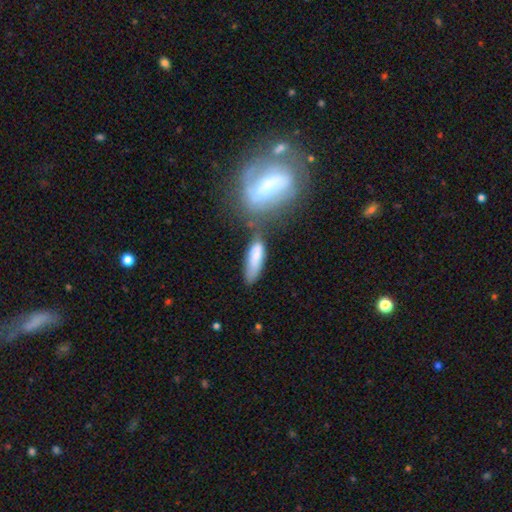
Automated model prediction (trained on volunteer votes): smooth_or_featured: smooth (p=0.72) [alt: featured or disk p=0.20]
how_rounded: cigar-shaped (p=0.49) [tied with: in between p=0.49]
merging: none (p=0.41) [alt: merger p=0.25]